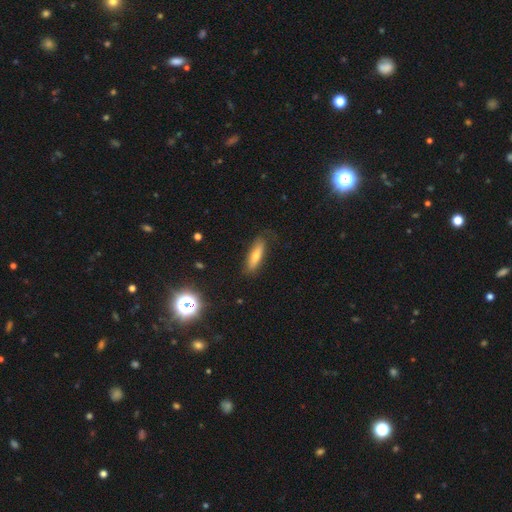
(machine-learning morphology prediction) Smooth or featured? Predicted: smooth (p=0.65). How rounded? Predicted: cigar-shaped (p=0.61). Merging? Predicted: none (p=0.75).